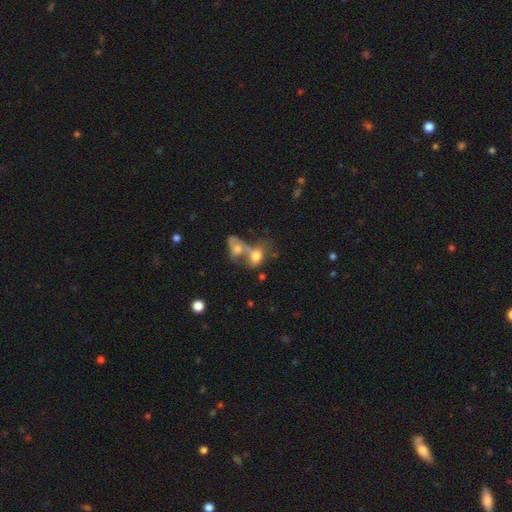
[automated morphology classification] smooth-or-featured: smooth: 68% | featured or disk: 21% | star or artifact: 11%
  how-rounded: in between: 80% | round: 17% | cigar-shaped: 3%
  merging: merger: 65% | none: 20% | minor disturbance: 8% | major disturbance: 7%